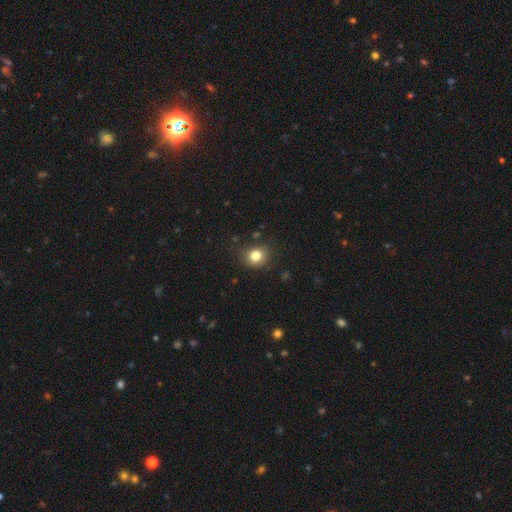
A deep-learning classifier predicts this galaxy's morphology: The model was most divided on "how rounded": round: 73%, in between: 26%, cigar-shaped: 1%. More confident: smooth or featured — smooth (81%); merging — none (80%).